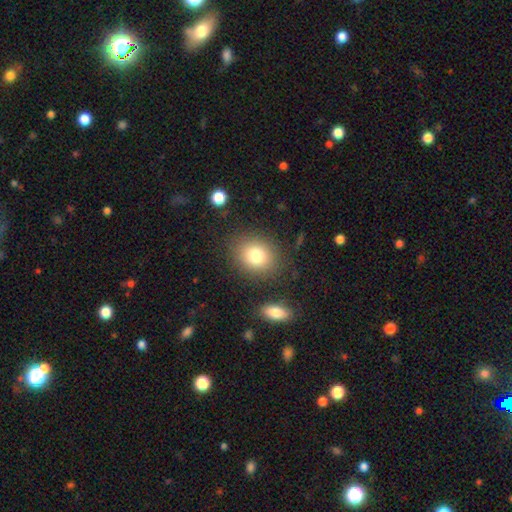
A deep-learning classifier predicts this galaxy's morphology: type=smooth (80%); roundness=round (63%); merging=none (84%).